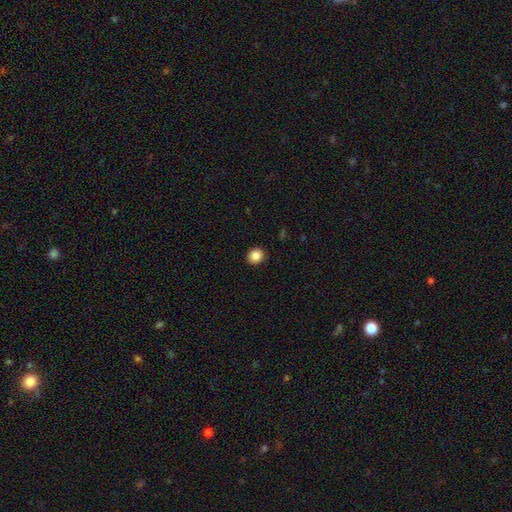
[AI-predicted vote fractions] Smooth or featured? Predicted: smooth (p=0.86). How rounded? Predicted: round (p=0.78). Merging? Predicted: none (p=0.92).